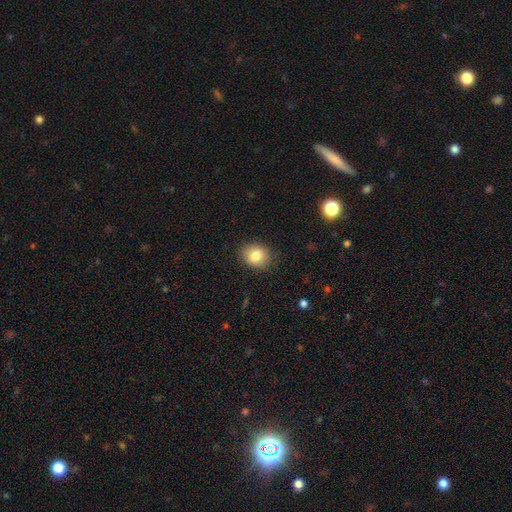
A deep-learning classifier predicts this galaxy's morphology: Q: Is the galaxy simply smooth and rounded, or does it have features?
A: smooth — 82%.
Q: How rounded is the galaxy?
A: round — 60%.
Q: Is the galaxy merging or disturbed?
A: none — 87%.